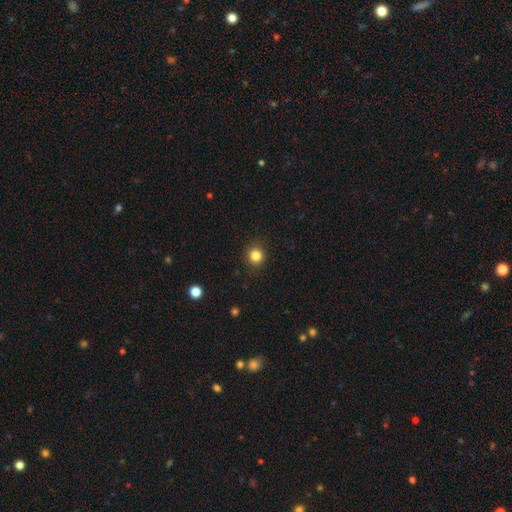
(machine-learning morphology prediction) smooth 83%, star or artifact 12%, featured or disk 5%. Down the decision tree: how rounded — round (89%); merging — none (90%).